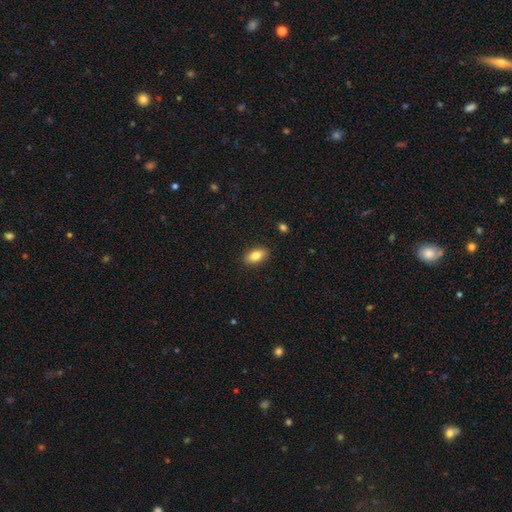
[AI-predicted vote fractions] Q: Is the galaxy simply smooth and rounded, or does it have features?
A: smooth — 85%.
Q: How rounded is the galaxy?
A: in between — 91%.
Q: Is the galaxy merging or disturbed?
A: none — 89%.